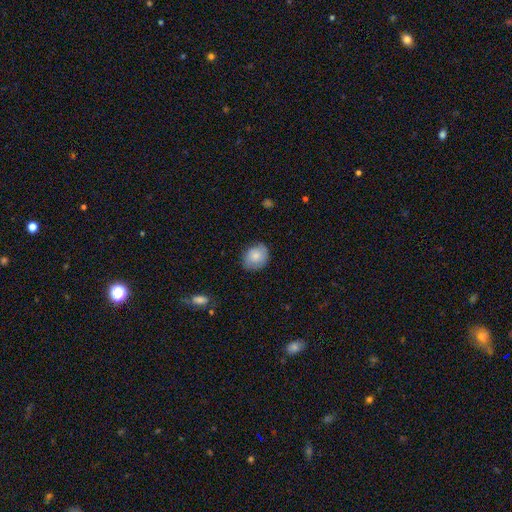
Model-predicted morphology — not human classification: This is likely a smooth galaxy (79%). How rounded: possibly in between (51%). Merging: likely none (73%).